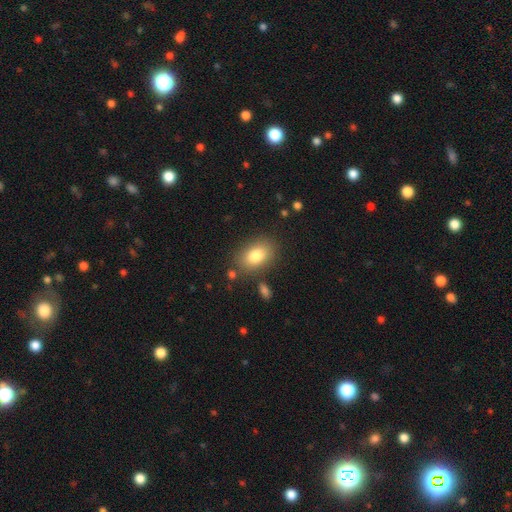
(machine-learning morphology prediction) smooth_or_featured: smooth (p=0.83) [alt: featured or disk p=0.09]
how_rounded: in between (p=0.87) [alt: round p=0.11]
merging: none (p=0.80) [alt: minor disturbance p=0.12]